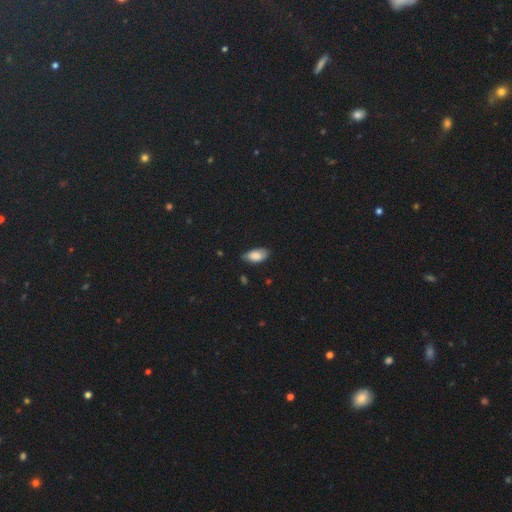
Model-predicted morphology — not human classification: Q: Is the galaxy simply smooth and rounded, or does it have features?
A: smooth — 83%.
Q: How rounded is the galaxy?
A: in between — 93%.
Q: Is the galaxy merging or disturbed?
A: none — 65%.